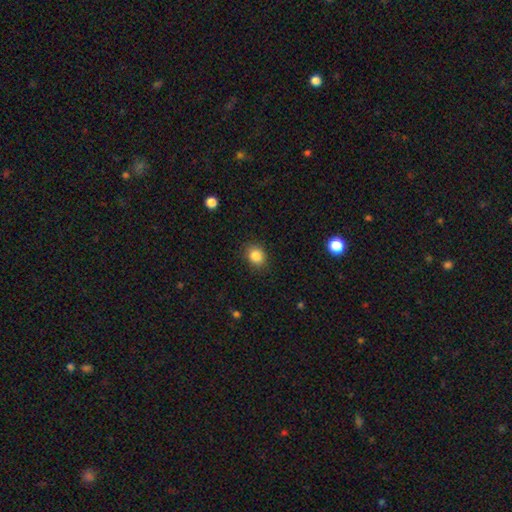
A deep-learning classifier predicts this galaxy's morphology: smooth 86%, star or artifact 10%, featured or disk 5%. Down the decision tree: how rounded — round (56%); merging — none (85%).